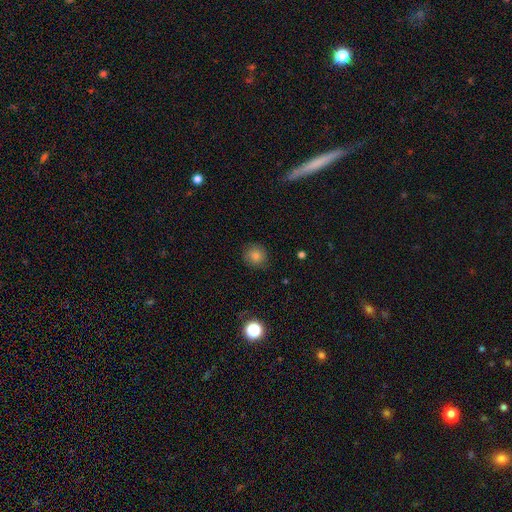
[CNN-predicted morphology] Smooth or featured? Predicted: smooth (p=0.74). How rounded? Predicted: round (p=0.90). Merging? Predicted: none (p=0.83).